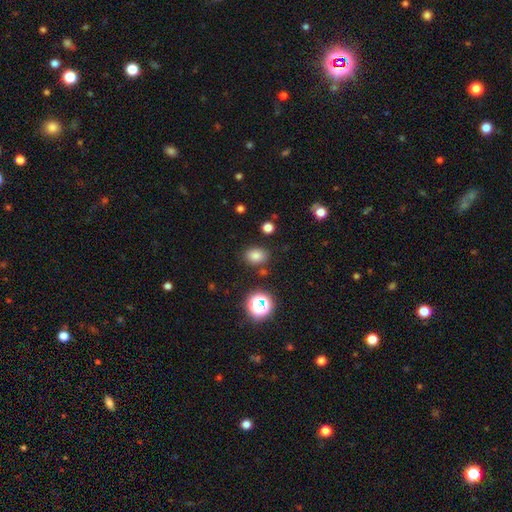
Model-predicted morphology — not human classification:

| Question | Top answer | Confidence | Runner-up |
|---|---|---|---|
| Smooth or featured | smooth | 78% | star or artifact (15%) |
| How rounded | in between | 65% | round (34%) |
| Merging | none | 82% | minor disturbance (11%) |